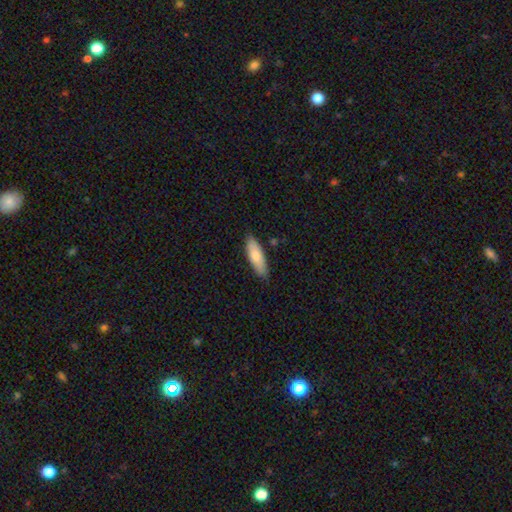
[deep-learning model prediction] smooth 78%, featured or disk 16%, star or artifact 6%. Down the decision tree: how rounded — in between (57%); merging — none (83%).